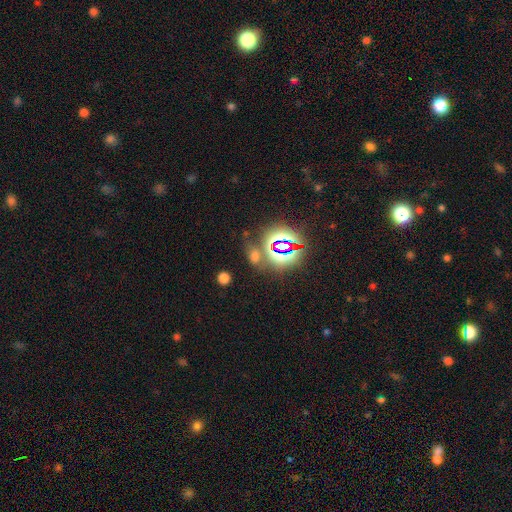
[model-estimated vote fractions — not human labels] Q: Smooth or featured?
A: star or artifact (51%); runner-up: smooth (41%)